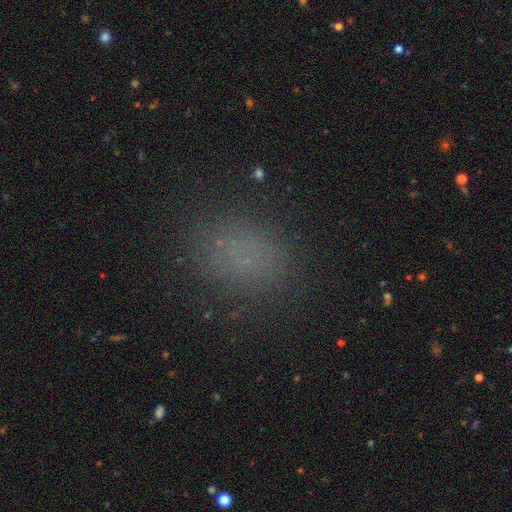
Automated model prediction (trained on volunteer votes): Q: Smooth or featured?
A: smooth (53%); runner-up: star or artifact (29%)
Q: How rounded?
A: in between (61%); runner-up: round (37%)
Q: Merging?
A: none (72%); runner-up: minor disturbance (16%)